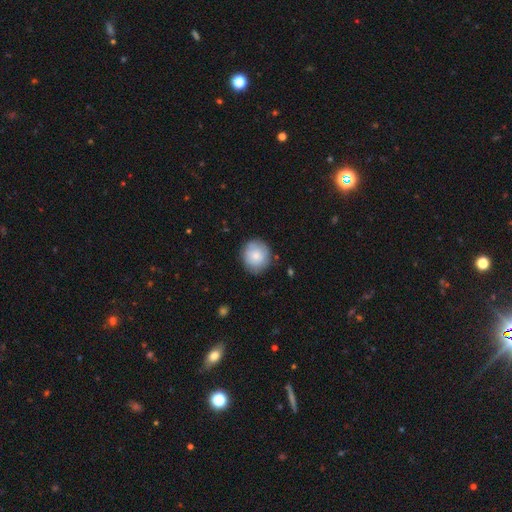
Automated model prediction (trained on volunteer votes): Smooth or featured? Predicted: smooth (p=0.80). How rounded? Predicted: round (p=0.86). Merging? Predicted: none (p=0.82).